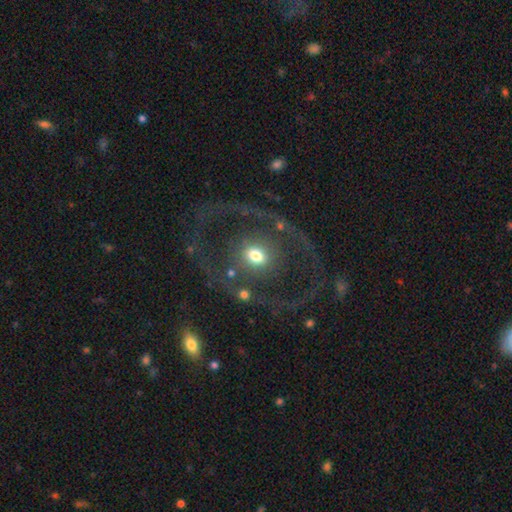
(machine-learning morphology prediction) This appears to be a featured or disk galaxy (65%) with no bar (65%), spiral arms (70%) and a moderate central bulge (58%). Merging: none (61%).